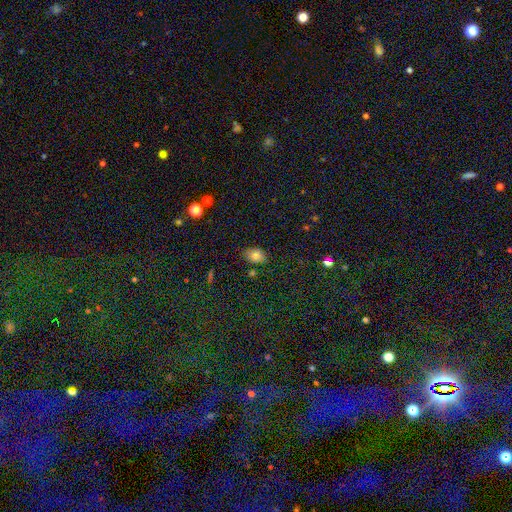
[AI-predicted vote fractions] Smooth or featured? smooth (77%)
How rounded? in between (75%)
Merging? none (77%)